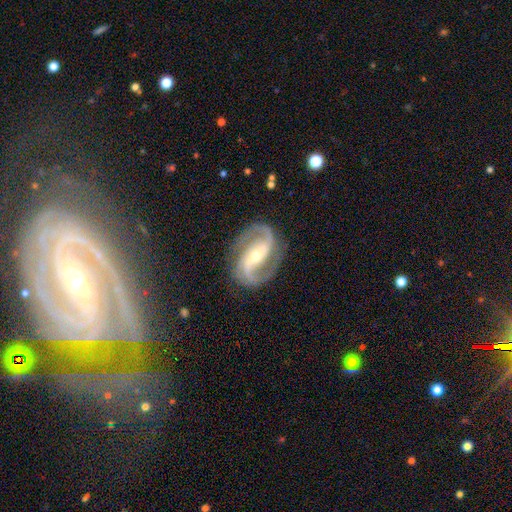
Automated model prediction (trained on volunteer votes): A featured or disk galaxy (92%) with a strong bar (41%), 2 (92%) medium (58%) spiral arms (98%) and a moderate central bulge (49%). Merging: none (83%).